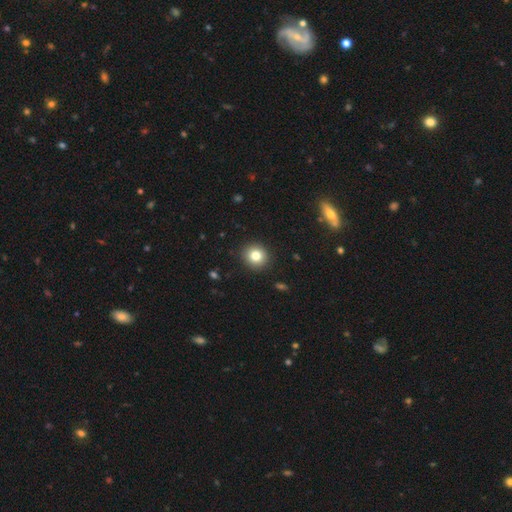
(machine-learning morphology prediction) A smooth galaxy with no disk features (81%) that is round (90%). Merging: none (92%).